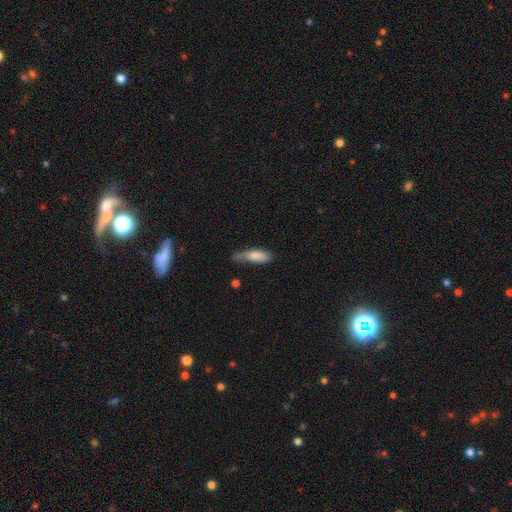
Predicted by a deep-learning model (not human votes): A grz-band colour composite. It shows a smooth galaxy with no disk features (77%) that is cigar-shaped (53%). Merging: none (49%).